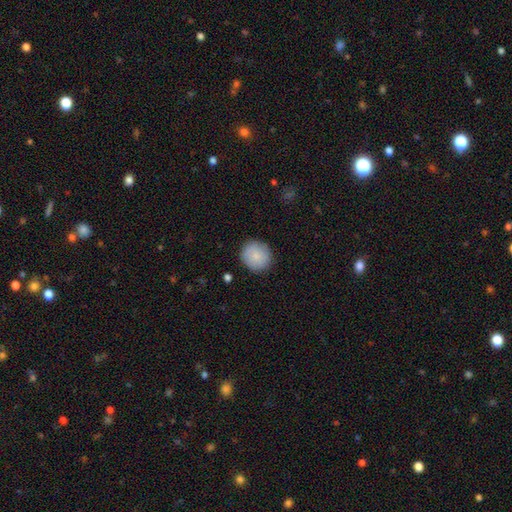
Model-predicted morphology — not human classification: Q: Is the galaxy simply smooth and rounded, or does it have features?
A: smooth — 84%.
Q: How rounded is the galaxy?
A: round — 89%.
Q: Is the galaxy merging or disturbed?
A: none — 87%.